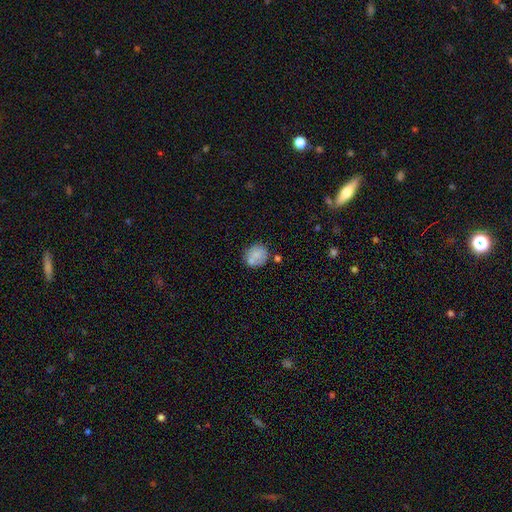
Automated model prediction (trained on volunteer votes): Q: Smooth or featured?
A: smooth (78%); runner-up: featured or disk (14%)
Q: How rounded?
A: round (76%); runner-up: in between (23%)
Q: Merging?
A: none (64%); runner-up: minor disturbance (16%)